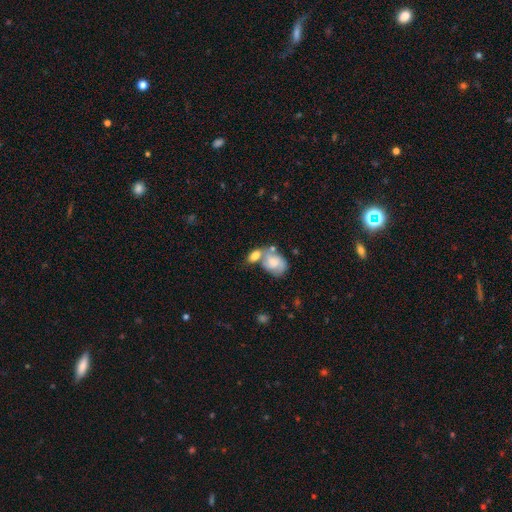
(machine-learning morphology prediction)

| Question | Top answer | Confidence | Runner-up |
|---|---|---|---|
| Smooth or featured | smooth | 62% | featured or disk (29%) |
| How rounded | in between | 79% | round (18%) |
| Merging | merger | 55% | none (25%) |